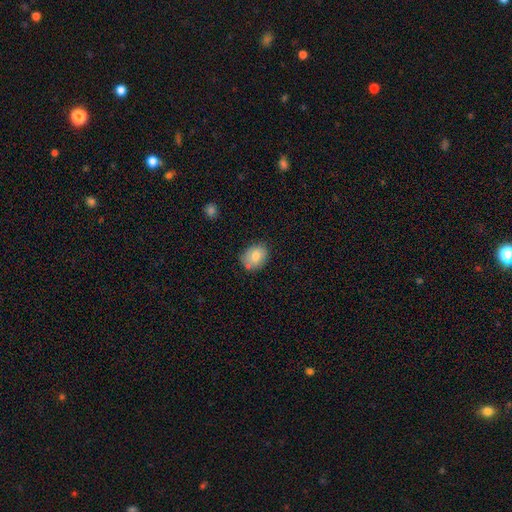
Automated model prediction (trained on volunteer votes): Smooth or featured? smooth (80%)
How rounded? in between (58%)
Merging? none (69%)